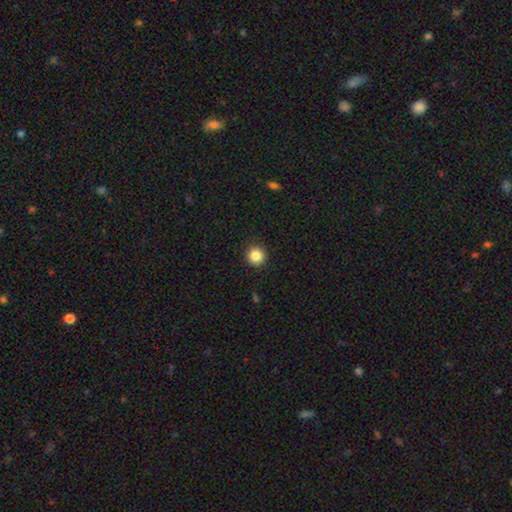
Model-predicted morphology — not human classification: A smooth galaxy with no disk features (86%) that is round (94%). Merging: none (91%).